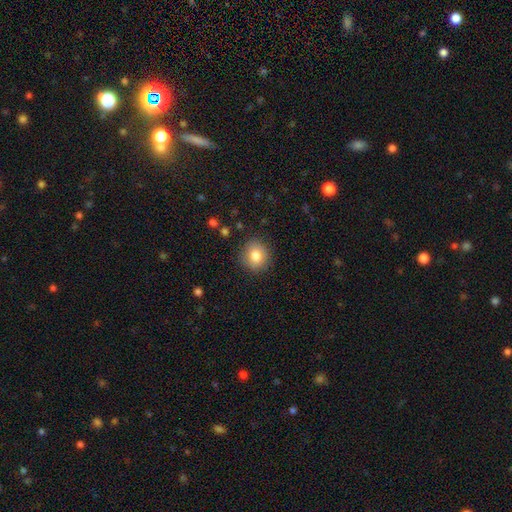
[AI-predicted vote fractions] A smooth galaxy with no disk features (82%) that is round (82%). Merging: none (86%).